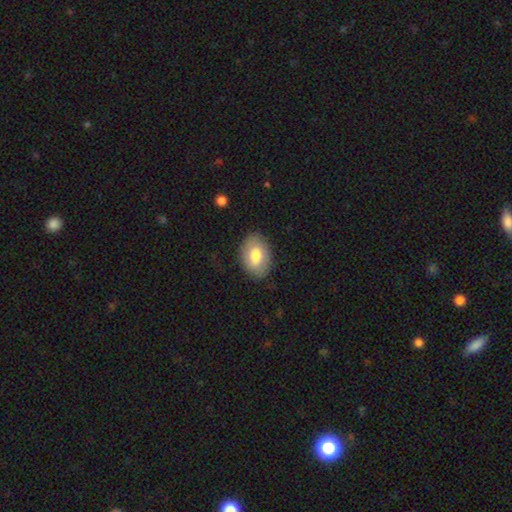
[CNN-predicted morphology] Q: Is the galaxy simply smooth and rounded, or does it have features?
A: smooth — 76%.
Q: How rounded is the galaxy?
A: in between — 88%.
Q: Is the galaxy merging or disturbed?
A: none — 83%.